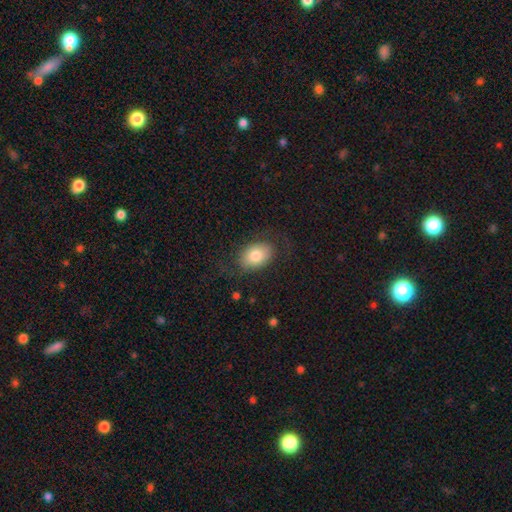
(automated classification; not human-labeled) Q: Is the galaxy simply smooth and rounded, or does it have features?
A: smooth — 76%.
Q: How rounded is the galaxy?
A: in between — 81%.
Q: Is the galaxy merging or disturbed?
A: none — 72%.